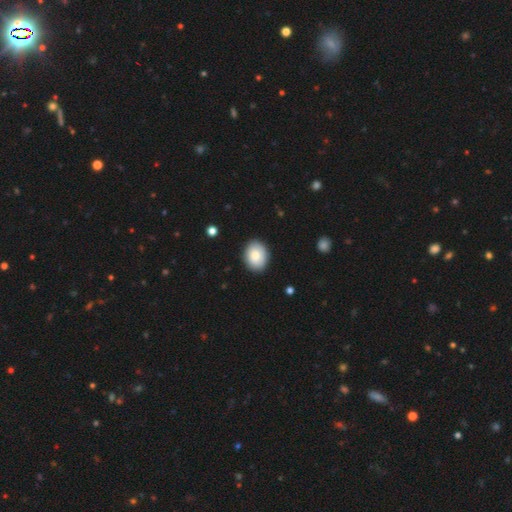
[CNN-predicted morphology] A smooth galaxy with no disk features (84%) that is in between round and cigar-shaped (64%). Merging: none (88%).